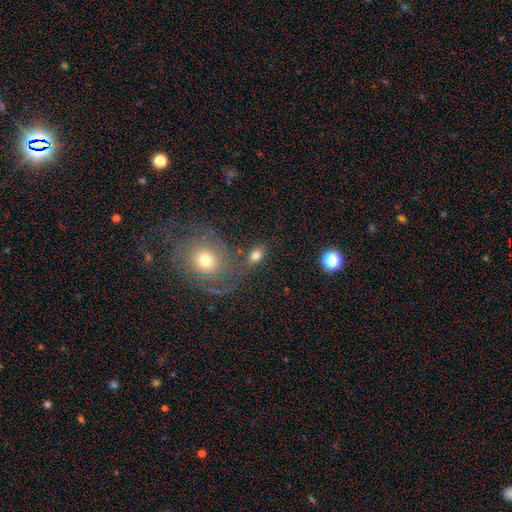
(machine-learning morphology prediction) Smooth or featured? smooth (76%)
How rounded? in between (78%)
Merging? none (65%)